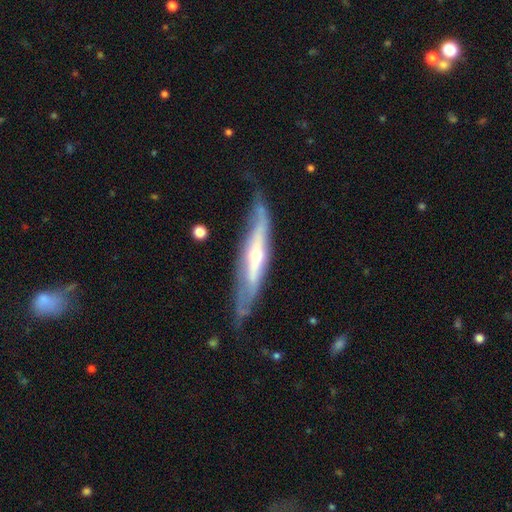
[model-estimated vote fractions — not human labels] smooth_or_featured: featured or disk (p=0.76) [alt: smooth p=0.19]
disk_edge_on: yes (p=0.63) [alt: no p=0.37]
merging: none (p=0.59) [alt: minor disturbance p=0.26]